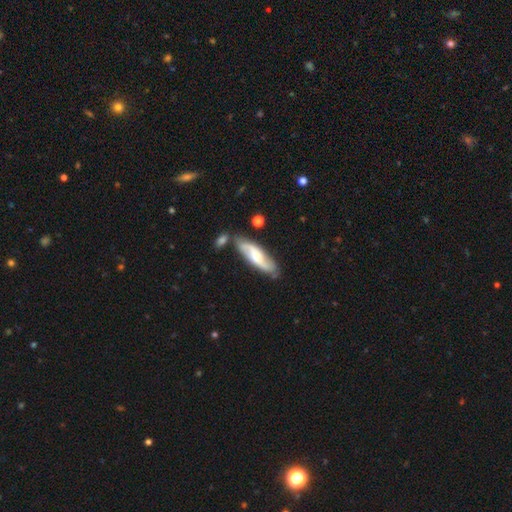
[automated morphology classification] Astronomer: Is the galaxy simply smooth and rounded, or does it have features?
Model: featured or disk — 59% (runner-up: smooth, 36%).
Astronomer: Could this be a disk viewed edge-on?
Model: no — 79%.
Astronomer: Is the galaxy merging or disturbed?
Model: none — 67%.